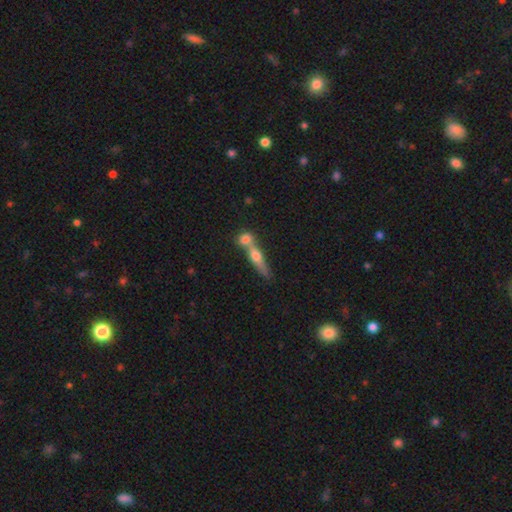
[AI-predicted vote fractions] Morphology: type=smooth (52%); roundness=cigar-shaped (66%); merging=merger (54%).